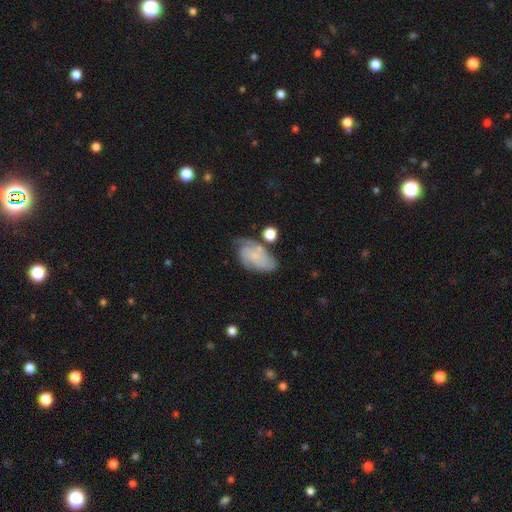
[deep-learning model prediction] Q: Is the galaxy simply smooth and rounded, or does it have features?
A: featured or disk — 54%.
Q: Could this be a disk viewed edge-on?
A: no — 96%.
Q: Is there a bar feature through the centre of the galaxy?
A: no — 74%.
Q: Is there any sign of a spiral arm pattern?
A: yes — 84%.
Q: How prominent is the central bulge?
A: none — 47%.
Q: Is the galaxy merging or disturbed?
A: none — 45%.